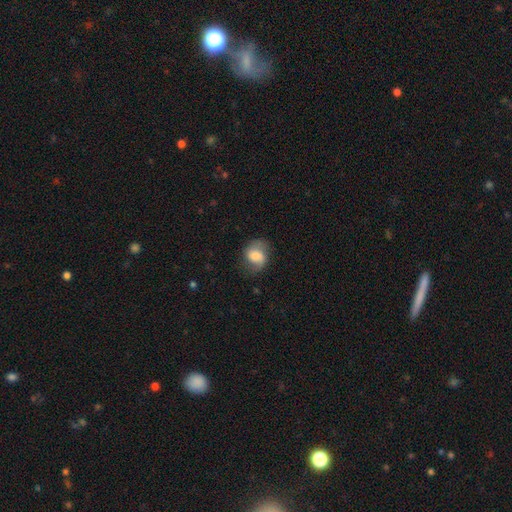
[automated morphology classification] Smooth or featured?
  - smooth: 55% *
  - featured or disk: 37%
  - star or artifact: 8%
How rounded?
  - round: 50% *
  - in between: 49%
  - cigar-shaped: 1%
Merging?
  - none: 67% *
  - minor disturbance: 22%
  - major disturbance: 9%
  - merger: 1%